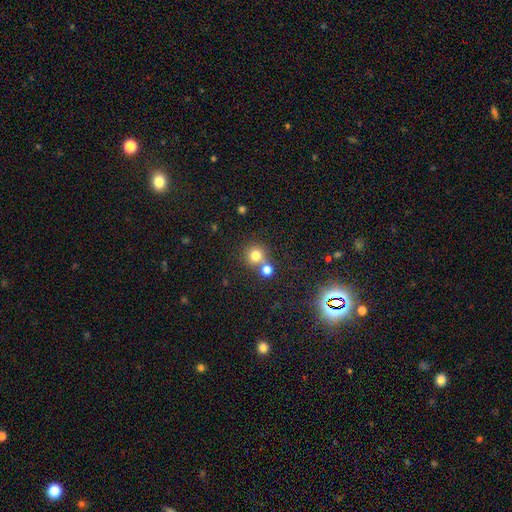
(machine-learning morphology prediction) Smooth or featured? smooth (77%)
How rounded? round (91%)
Merging? none (57%)